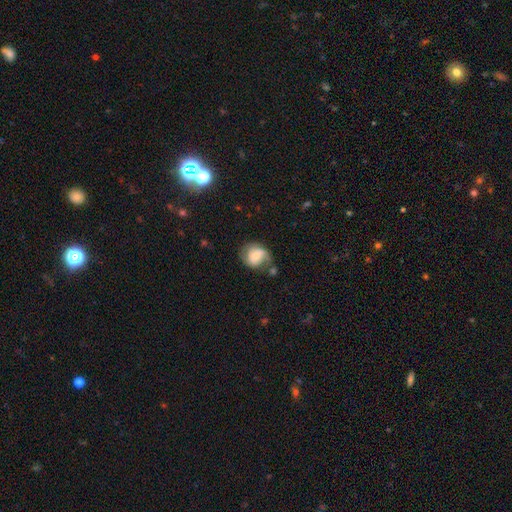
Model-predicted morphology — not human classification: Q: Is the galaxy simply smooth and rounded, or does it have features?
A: smooth — 47%.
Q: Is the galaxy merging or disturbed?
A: none — 47%.